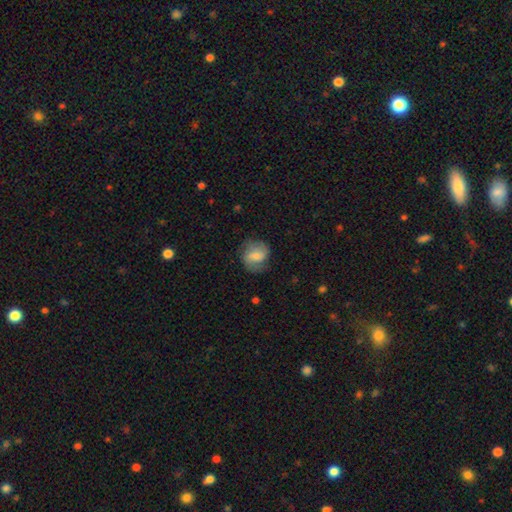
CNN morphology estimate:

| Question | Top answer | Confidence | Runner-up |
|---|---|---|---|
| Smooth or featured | smooth | 54% | featured or disk (39%) |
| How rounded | round | 74% | in between (25%) |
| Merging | none | 71% | minor disturbance (20%) |